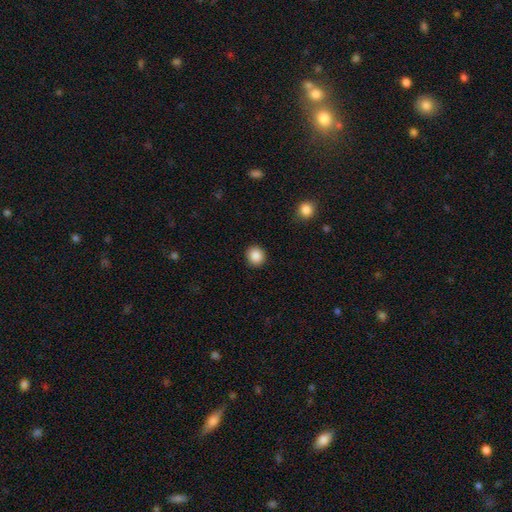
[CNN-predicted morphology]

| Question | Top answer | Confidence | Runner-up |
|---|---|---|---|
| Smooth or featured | smooth | 88% | star or artifact (9%) |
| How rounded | round | 90% | in between (9%) |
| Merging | none | 92% | minor disturbance (5%) |